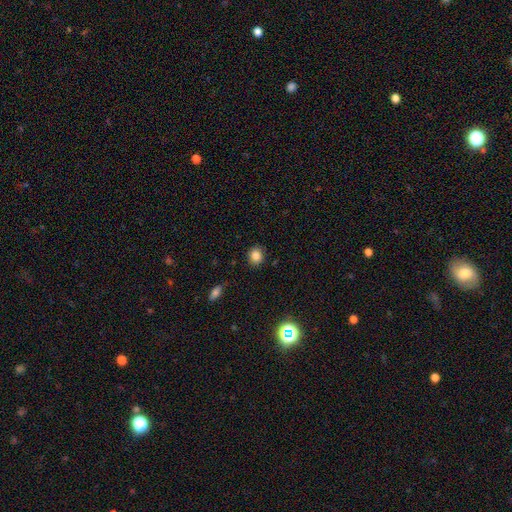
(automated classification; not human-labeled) Smooth or featured?
  - smooth: 84% *
  - star or artifact: 11%
  - featured or disk: 5%
How rounded?
  - round: 77% *
  - in between: 22%
  - cigar-shaped: 1%
Merging?
  - none: 87% *
  - minor disturbance: 9%
  - major disturbance: 2%
  - merger: 1%